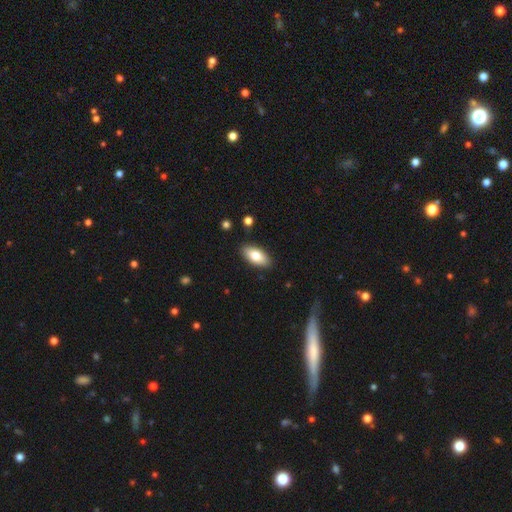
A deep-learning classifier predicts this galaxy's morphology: This appears to be a smooth galaxy with no disk features (79%) that is in between round and cigar-shaped (90%). Merging: none (88%).